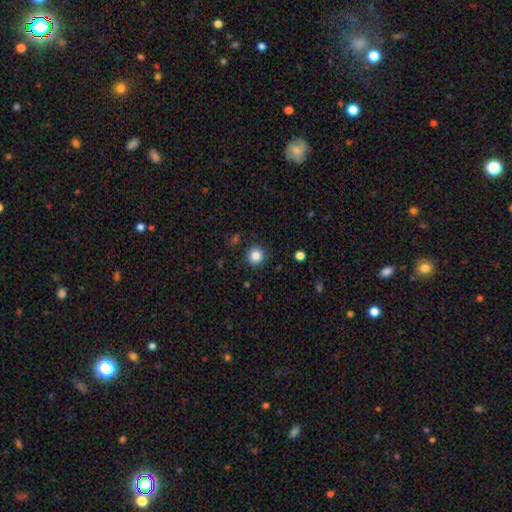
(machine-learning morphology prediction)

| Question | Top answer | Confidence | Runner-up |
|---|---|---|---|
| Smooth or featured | smooth | 85% | star or artifact (10%) |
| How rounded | round | 93% | in between (6%) |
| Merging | none | 90% | minor disturbance (6%) |